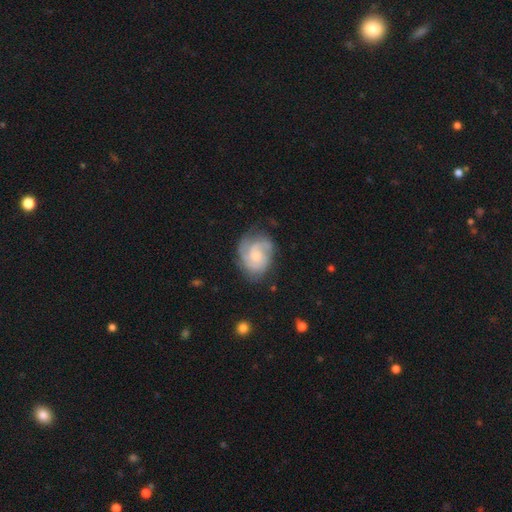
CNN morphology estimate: Smooth or featured? Predicted: featured or disk (p=0.77). Edge-on disk? Predicted: no (p=0.98). Bar? Predicted: no (p=0.69). Spiral arms? Predicted: yes (p=0.94). Spiral winding? Predicted: tight (p=0.50). Spiral arm count? Predicted: 3 (p=0.30). Bulge size? Predicted: small (p=0.49). Merging? Predicted: none (p=0.67).